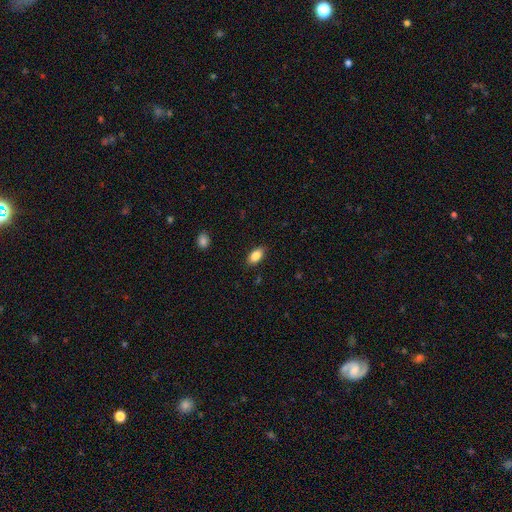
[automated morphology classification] smooth 85%, star or artifact 8%, featured or disk 7%. Down the decision tree: how rounded — in between (91%); merging — none (86%).